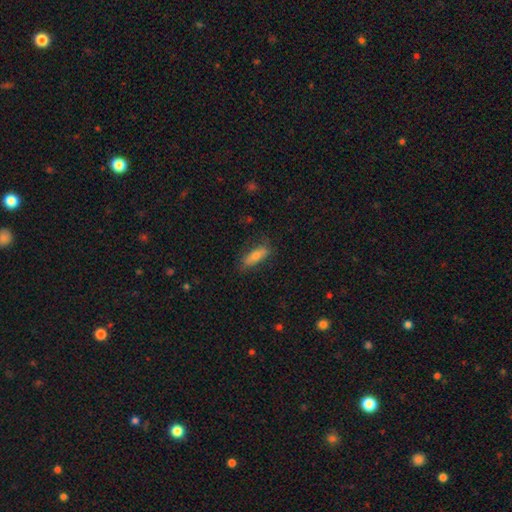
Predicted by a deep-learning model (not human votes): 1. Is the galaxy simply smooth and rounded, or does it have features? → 67% smooth, 25% featured or disk, 8% star or artifact.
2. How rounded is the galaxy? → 50% in between, 48% cigar-shaped, 3% round.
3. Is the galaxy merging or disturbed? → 77% none, 17% minor disturbance, 4% major disturbance, 1% merger.